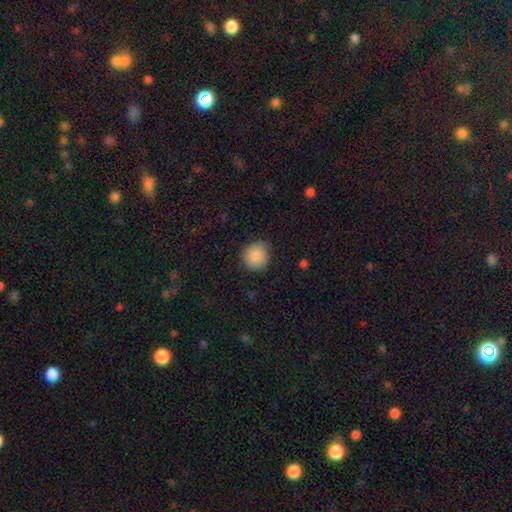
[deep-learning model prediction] smooth-or-featured: smooth: 87% | star or artifact: 8% | featured or disk: 5%
  how-rounded: round: 91% | in between: 8% | cigar-shaped: 1%
  merging: none: 81% | minor disturbance: 15% | major disturbance: 3% | merger: 1%